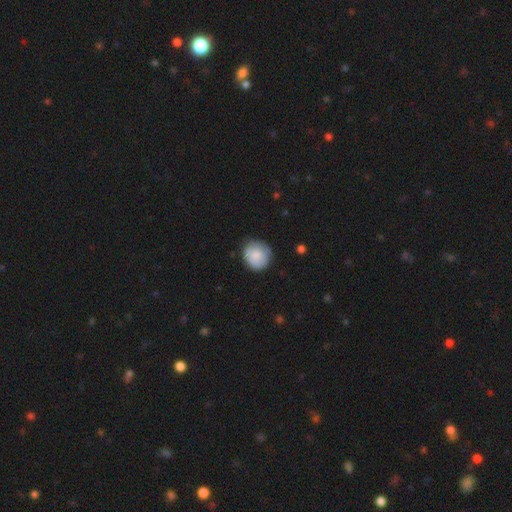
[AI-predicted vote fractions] The model was most divided on "merging": none: 76%, minor disturbance: 19%, major disturbance: 4%, merger: 1%. More confident: how rounded — round (88%); smooth or featured — smooth (79%).